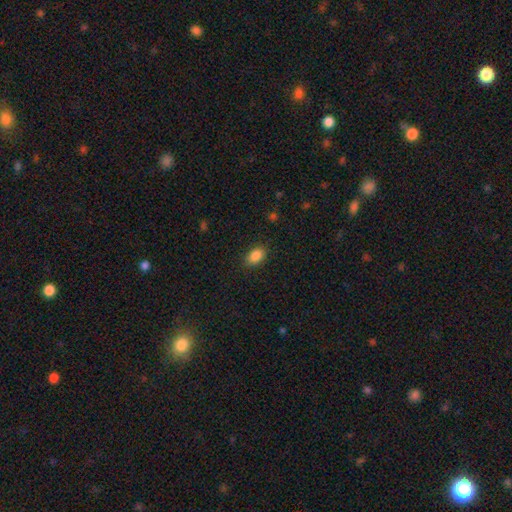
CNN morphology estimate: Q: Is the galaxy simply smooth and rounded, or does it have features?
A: smooth — 87%.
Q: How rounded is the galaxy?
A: in between — 87%.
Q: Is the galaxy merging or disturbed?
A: none — 86%.